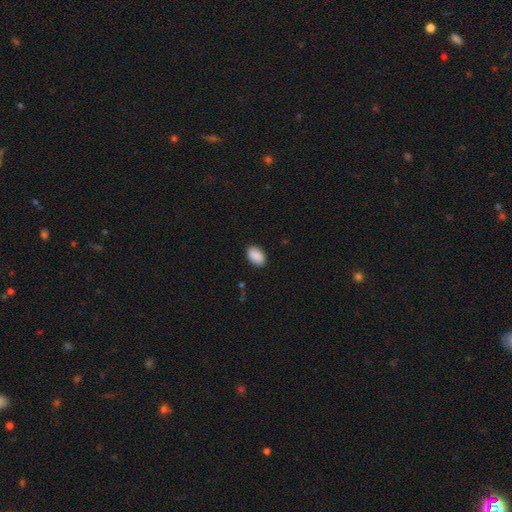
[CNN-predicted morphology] type=smooth (90%); roundness=in between (91%); merging=none (88%).